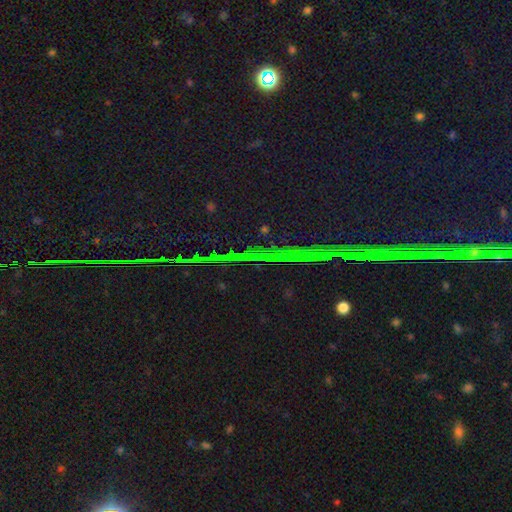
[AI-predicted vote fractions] smooth-or-featured: star or artifact: 89% | featured or disk: 7% | smooth: 5%